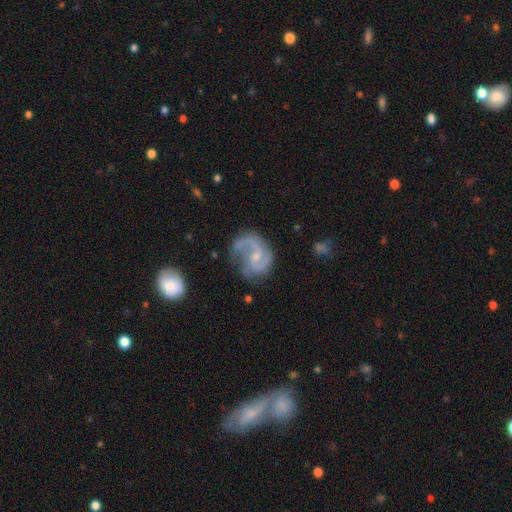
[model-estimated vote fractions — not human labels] This is clearly a featured or disk galaxy (86%). It is clearly not viewed edge-on (98%). Bar: possibly no (46%). Spiral arm pattern: clearly yes (96%). Spiral arm count: likely 2 (73%). Spiral winding: possibly medium (51%). Central bulge: likely small (64%). Merging: possibly none (53%).